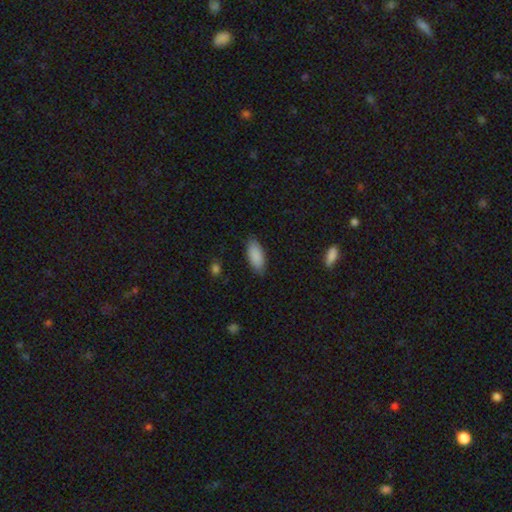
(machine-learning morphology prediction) smooth 89%, star or artifact 6%, featured or disk 5%. Down the decision tree: how rounded — in between (87%); merging — none (84%).